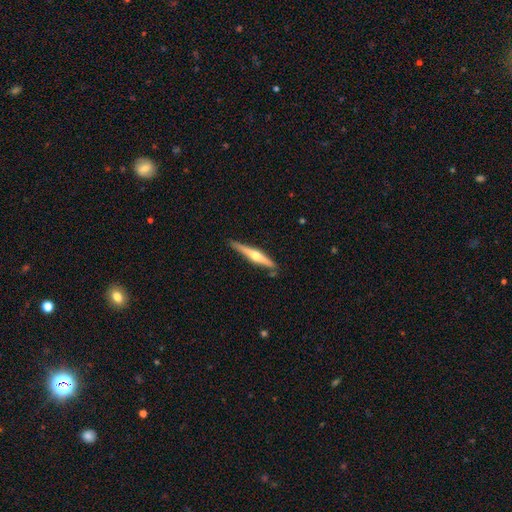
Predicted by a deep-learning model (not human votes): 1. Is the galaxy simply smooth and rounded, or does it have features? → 67% featured or disk, 28% smooth, 5% star or artifact.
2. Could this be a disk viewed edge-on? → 97% yes, 3% no.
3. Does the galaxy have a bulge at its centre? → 90% rounded, 6% none, 4% boxy.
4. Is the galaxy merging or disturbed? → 85% none, 11% minor disturbance, 2% merger, 2% major disturbance.